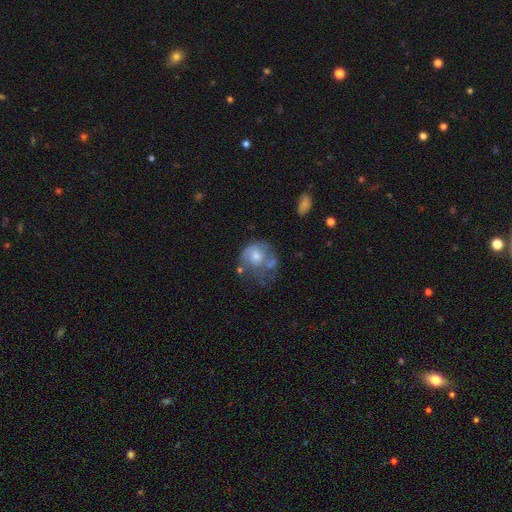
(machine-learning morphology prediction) Smooth or featured? smooth (45%, tied with featured or disk)
Merging? major disturbance (30%)